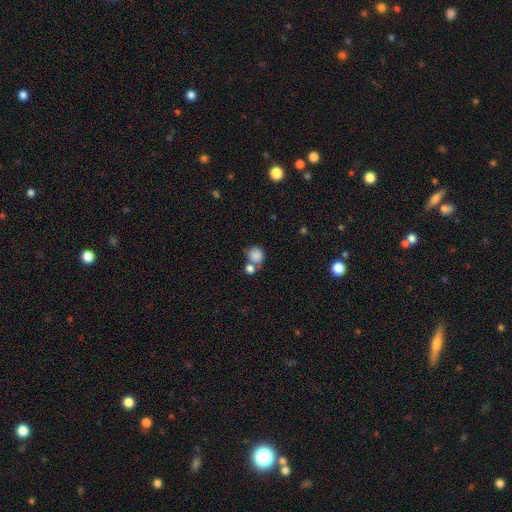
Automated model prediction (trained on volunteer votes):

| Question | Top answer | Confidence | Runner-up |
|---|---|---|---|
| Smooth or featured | smooth | 85% | star or artifact (9%) |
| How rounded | round | 84% | in between (15%) |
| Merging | none | 46% | merger (38%) |